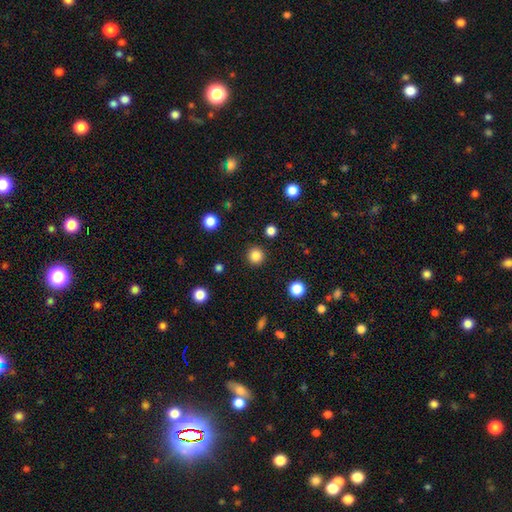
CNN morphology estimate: Smooth or featured?
  - smooth: 84% *
  - star or artifact: 13%
  - featured or disk: 4%
How rounded?
  - round: 96% *
  - in between: 3%
  - cigar-shaped: 1%
Merging?
  - none: 92% *
  - minor disturbance: 5%
  - major disturbance: 2%
  - merger: 1%